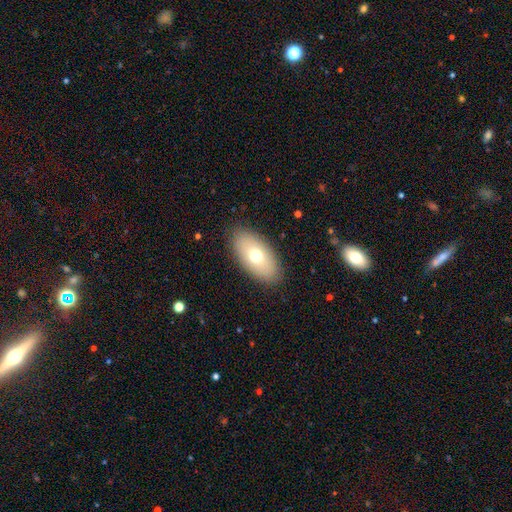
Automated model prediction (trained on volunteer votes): This appears to be a smooth galaxy with no disk features (68%) that is in between round and cigar-shaped (93%). Merging: none (87%).